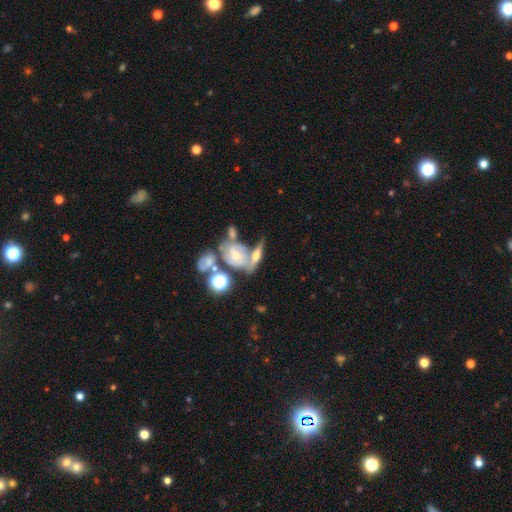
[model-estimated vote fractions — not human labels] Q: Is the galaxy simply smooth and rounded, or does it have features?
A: featured or disk — 59%.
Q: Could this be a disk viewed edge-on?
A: no — 56%.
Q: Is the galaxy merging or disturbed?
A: merger — 44%.